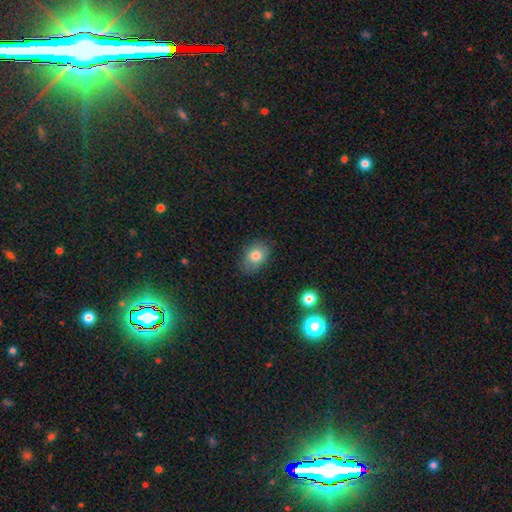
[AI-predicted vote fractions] Smooth or featured? Predicted: smooth (p=0.78). How rounded? Predicted: in between (p=0.71). Merging? Predicted: none (p=0.78).